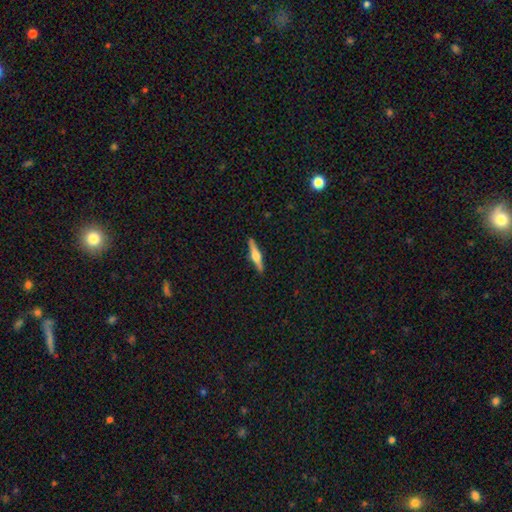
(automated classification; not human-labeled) A featured or disk galaxy (68%) viewed edge-on (98%) with a rounded central bulge (90%). Merging: none (90%).